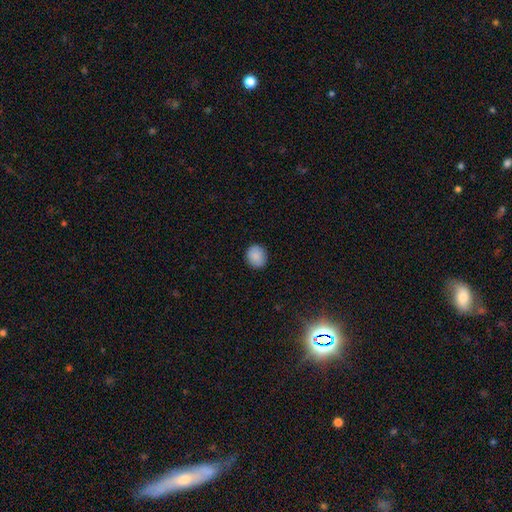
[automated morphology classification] Smooth or featured?
  - smooth: 87% *
  - star or artifact: 8%
  - featured or disk: 5%
How rounded?
  - round: 77% *
  - in between: 22%
  - cigar-shaped: 1%
Merging?
  - none: 89% *
  - minor disturbance: 8%
  - major disturbance: 2%
  - merger: 1%